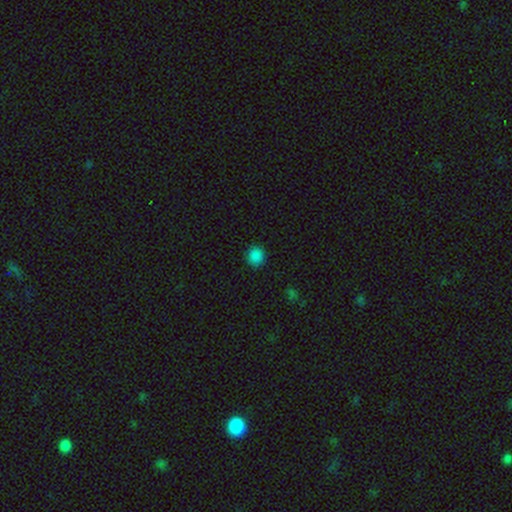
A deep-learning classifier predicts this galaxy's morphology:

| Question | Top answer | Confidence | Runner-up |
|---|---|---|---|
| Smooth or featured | smooth | 86% | star or artifact (12%) |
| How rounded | round | 89% | in between (10%) |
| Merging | none | 91% | minor disturbance (6%) |